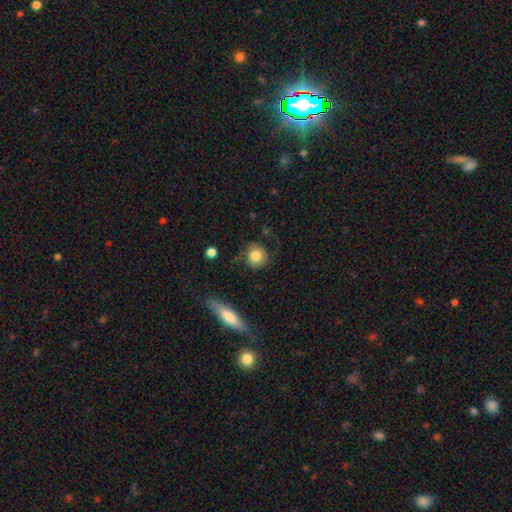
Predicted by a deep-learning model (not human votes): A smooth galaxy with no disk features (76%) that is round (85%).

Vote fractions:
- Smooth or featured? smooth: 76% / featured or disk: 16% / star or artifact: 8%
- How rounded? round: 85% / in between: 14% / cigar-shaped: 1%
- Merging? none: 69% / minor disturbance: 20% / major disturbance: 8% / merger: 3%